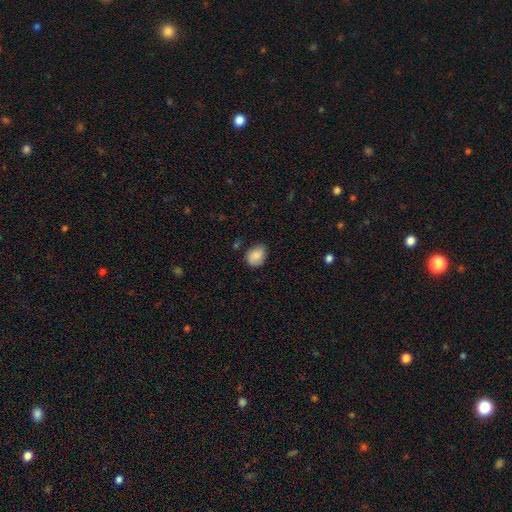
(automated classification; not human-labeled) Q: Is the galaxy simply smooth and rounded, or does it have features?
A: smooth — 84%.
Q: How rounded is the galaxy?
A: in between — 59%.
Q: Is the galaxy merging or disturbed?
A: none — 71%.